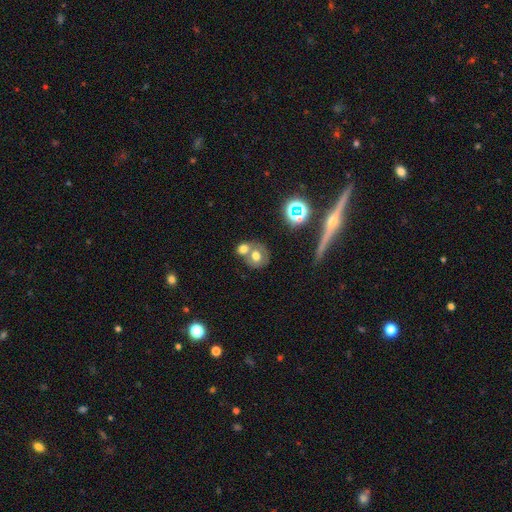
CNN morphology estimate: smooth-or-featured: smooth: 60% | featured or disk: 26% | star or artifact: 14%
  how-rounded: round: 73% | in between: 26% | cigar-shaped: 1%
  merging: merger: 49% | none: 37% | minor disturbance: 9% | major disturbance: 5%